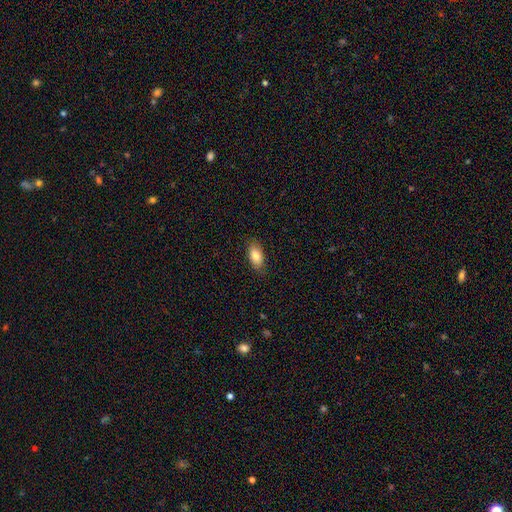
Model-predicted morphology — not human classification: Smooth or featured? Predicted: smooth (p=0.84). How rounded? Predicted: in between (p=0.91). Merging? Predicted: none (p=0.85).